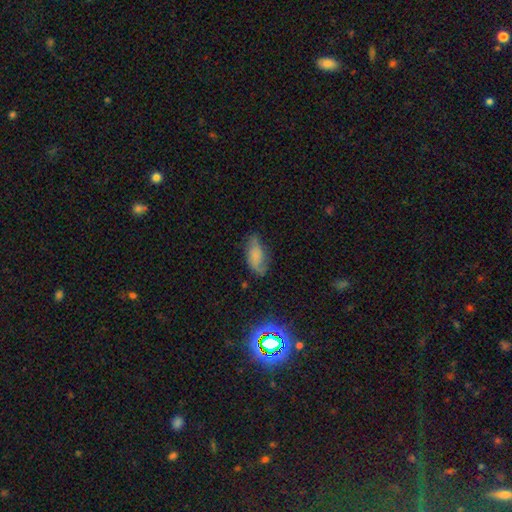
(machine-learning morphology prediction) smooth-or-featured: smooth: 54% | featured or disk: 32% | star or artifact: 14%
  how-rounded: in between: 86% | cigar-shaped: 9% | round: 4%
  merging: none: 54% | minor disturbance: 30% | major disturbance: 13% | merger: 3%